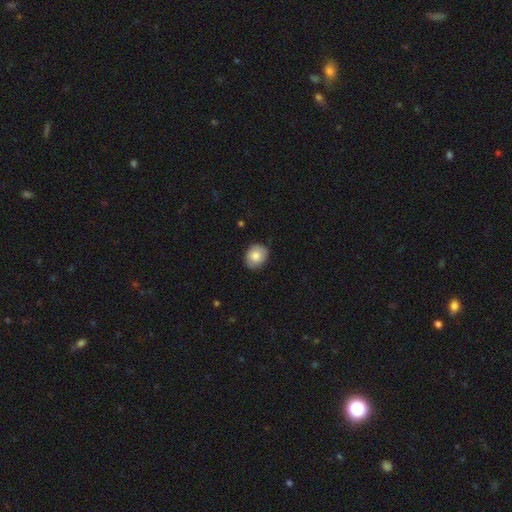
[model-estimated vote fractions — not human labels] This appears to be a smooth galaxy with no disk features (83%) that is round (61%). Merging: none (83%).